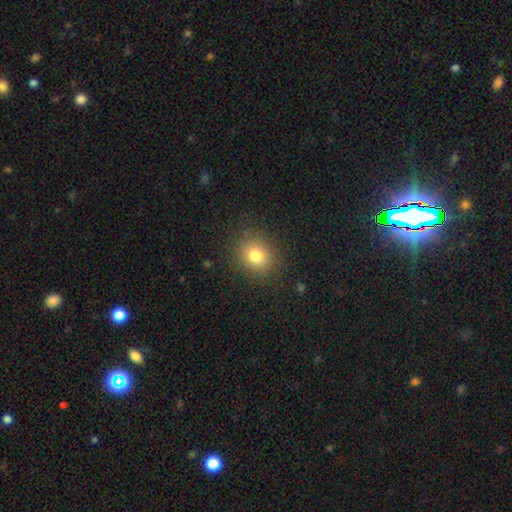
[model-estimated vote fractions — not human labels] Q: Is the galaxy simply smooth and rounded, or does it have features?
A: smooth — 80%.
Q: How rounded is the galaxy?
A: round — 66%.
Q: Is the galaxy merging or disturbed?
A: none — 85%.